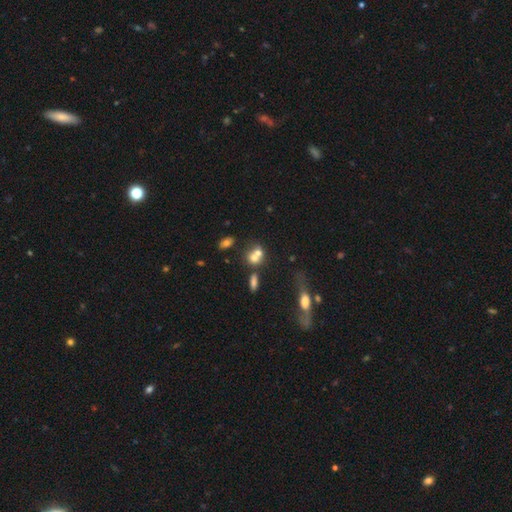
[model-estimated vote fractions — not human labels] This appears to be a smooth galaxy with no disk features (63%) that is round (60%). Merging: merger (57%).